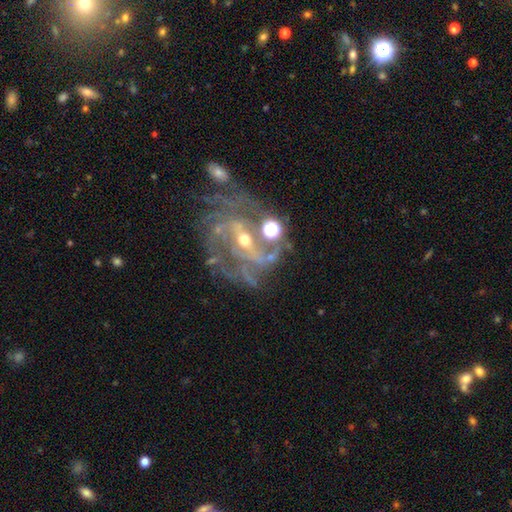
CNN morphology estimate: Smooth or featured: featured or disk — 82% (star or artifact — 12%)
Edge-on disk: no — 97% (yes — 3%)
Bar: weak — 44% (no — 34%)
Spiral arms: yes — 91% (no — 9%)
Spiral winding: tight — 43% (medium — 41%)
Spiral arm count: can't tell — 31% (2 — 24%)
Bulge size: small — 68% (moderate — 24%)
Merging: none — 56% (minor disturbance — 17%)